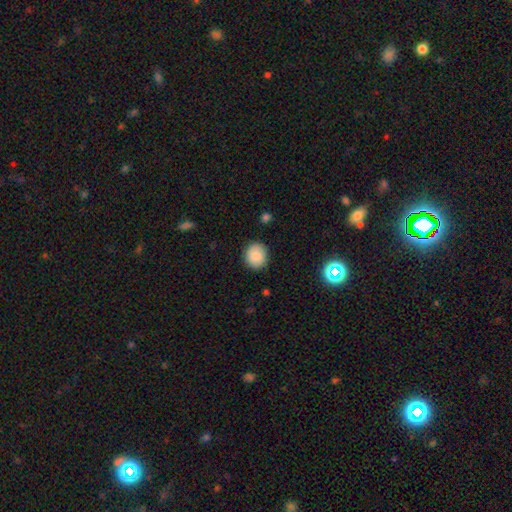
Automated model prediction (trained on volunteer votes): smooth-or-featured: smooth: 86% | star or artifact: 8% | featured or disk: 6%
  how-rounded: round: 82% | in between: 17% | cigar-shaped: 1%
  merging: none: 87% | minor disturbance: 10% | major disturbance: 2% | merger: 1%